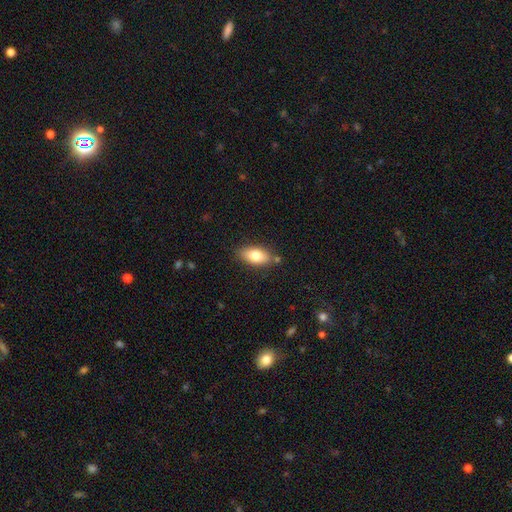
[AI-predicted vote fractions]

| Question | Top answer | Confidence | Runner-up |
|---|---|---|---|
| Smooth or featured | smooth | 78% | featured or disk (15%) |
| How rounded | in between | 89% | cigar-shaped (7%) |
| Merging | none | 80% | minor disturbance (13%) |